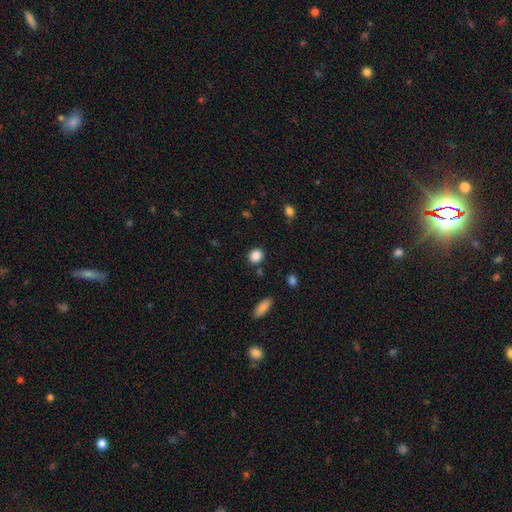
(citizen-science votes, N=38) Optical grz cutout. It shows a smooth galaxy with no disk features (92%) that is round (89%). Merging: none (94%).